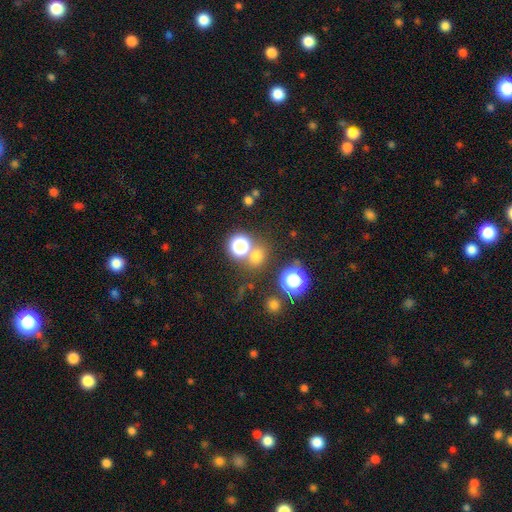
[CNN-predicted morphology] The model was most divided on "smooth or featured": smooth: 62%, star or artifact: 31%, featured or disk: 7%. More confident: how rounded — round (80%); merging — none (71%).